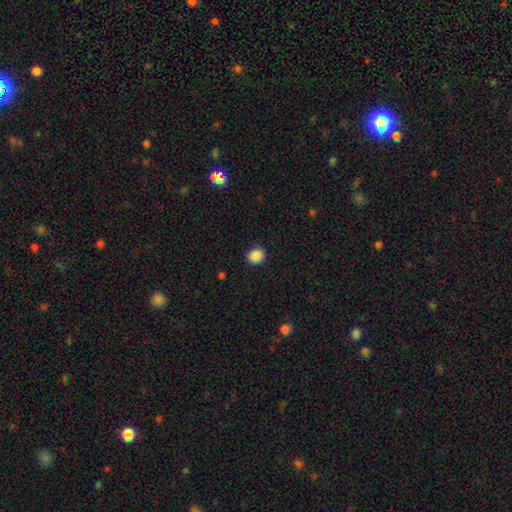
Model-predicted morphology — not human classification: The model was most divided on "how rounded": round: 65%, in between: 34%, cigar-shaped: 1%. More confident: smooth or featured — smooth (89%); merging — none (89%).